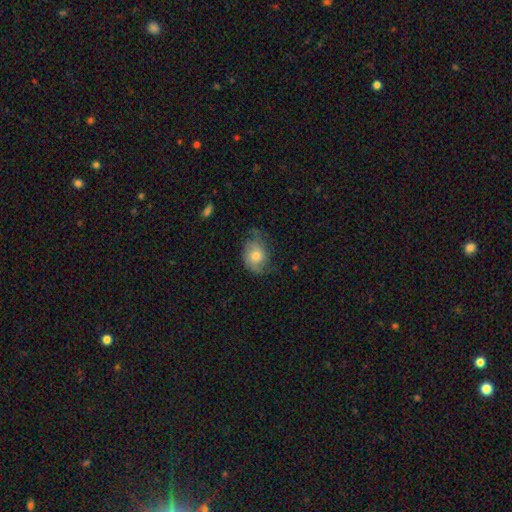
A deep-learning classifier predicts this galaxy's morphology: This appears to be a smooth galaxy with no disk features (60%) that is in between round and cigar-shaped (60%). Merging: none (51%).